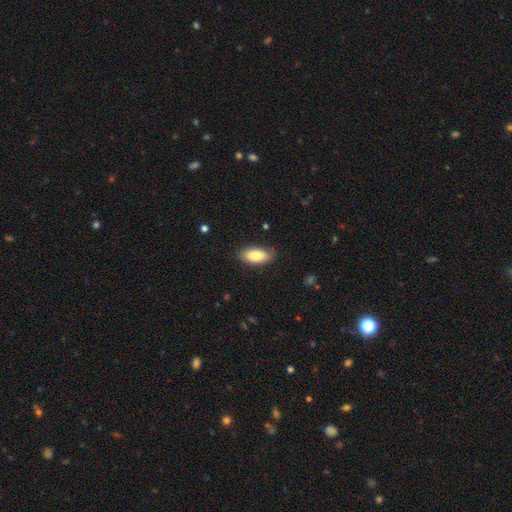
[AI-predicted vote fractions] Q: Smooth or featured?
A: smooth (84%); runner-up: featured or disk (10%)
Q: How rounded?
A: in between (87%); runner-up: cigar-shaped (11%)
Q: Merging?
A: none (83%); runner-up: minor disturbance (13%)